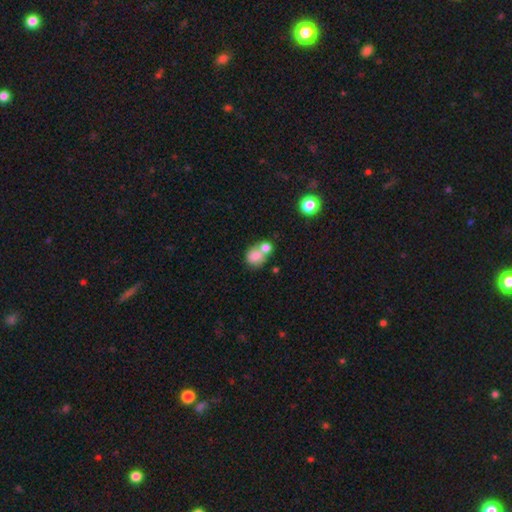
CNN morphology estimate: This is likely a smooth galaxy (78%). How rounded: likely round (66%). Merging: possibly merger (51%).